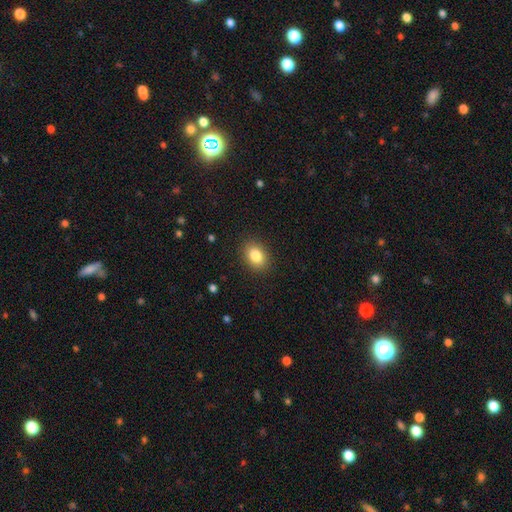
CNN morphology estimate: Overall: smooth (84%). How rounded: in between (69%). Merging: none (88%).